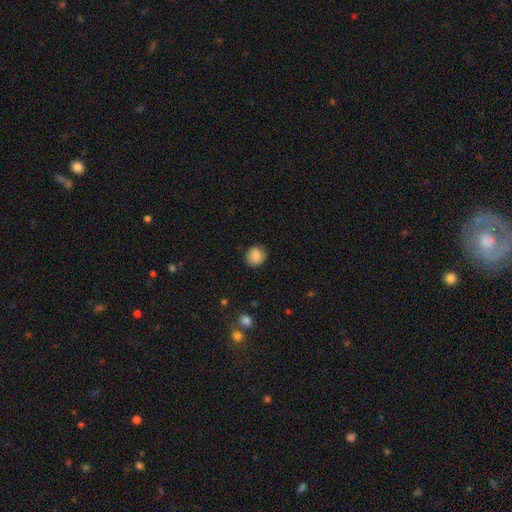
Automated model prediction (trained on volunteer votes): Q: Smooth or featured?
A: smooth (85%); runner-up: star or artifact (8%)
Q: How rounded?
A: round (75%); runner-up: in between (24%)
Q: Merging?
A: none (85%); runner-up: minor disturbance (11%)